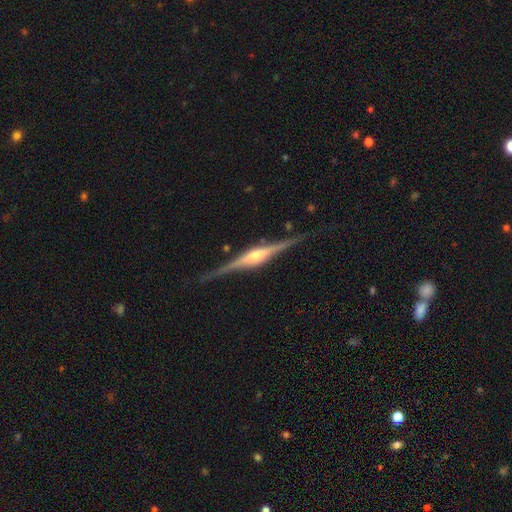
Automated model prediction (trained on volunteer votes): Q: Smooth or featured?
A: featured or disk (86%); runner-up: smooth (8%)
Q: Edge-on disk?
A: yes (98%); runner-up: no (2%)
Q: Edge-on bulge?
A: rounded (75%); runner-up: boxy (21%)
Q: Merging?
A: none (87%); runner-up: minor disturbance (9%)